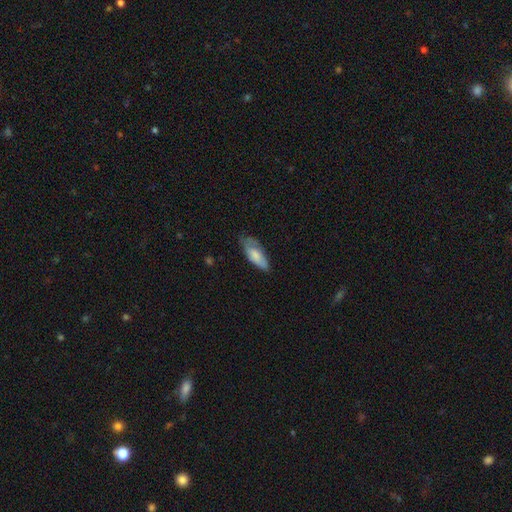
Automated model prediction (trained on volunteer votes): Overall: smooth (73%). How rounded: in between (74%). Merging: none (54%; minor disturbance 34%).